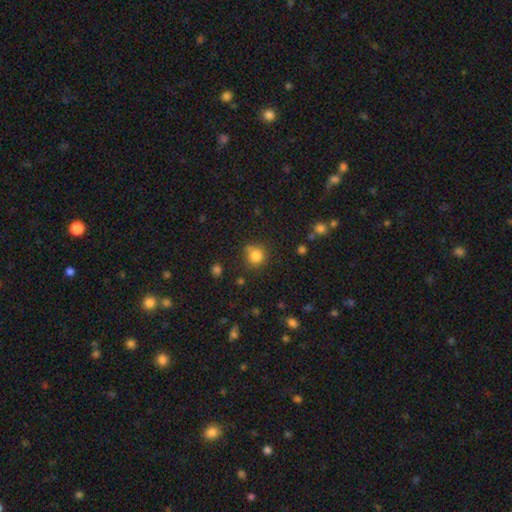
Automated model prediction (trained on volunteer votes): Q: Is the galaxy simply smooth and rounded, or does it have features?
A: smooth — 82%.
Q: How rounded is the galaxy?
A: round — 88%.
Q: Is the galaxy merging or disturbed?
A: none — 71%.